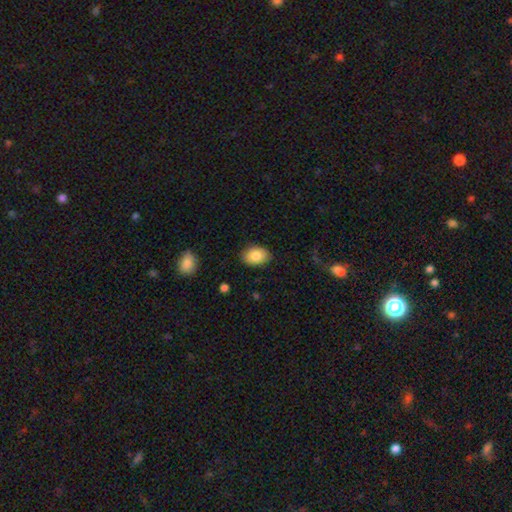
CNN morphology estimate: This is clearly a smooth galaxy (86%). How rounded: clearly in between (85%). Merging: clearly none (85%).